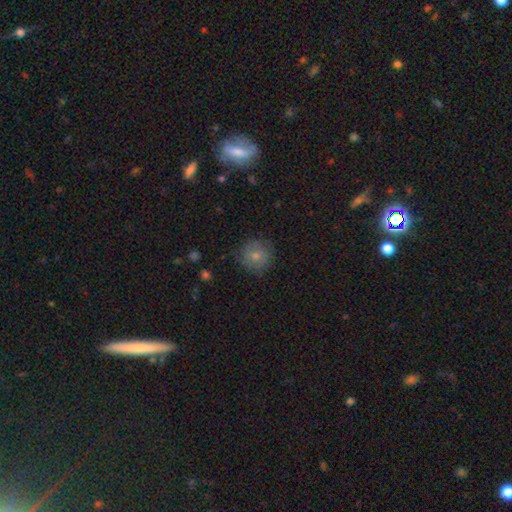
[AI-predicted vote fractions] Smooth or featured? Predicted: smooth (p=0.75). How rounded? Predicted: round (p=0.92). Merging? Predicted: none (p=0.79).